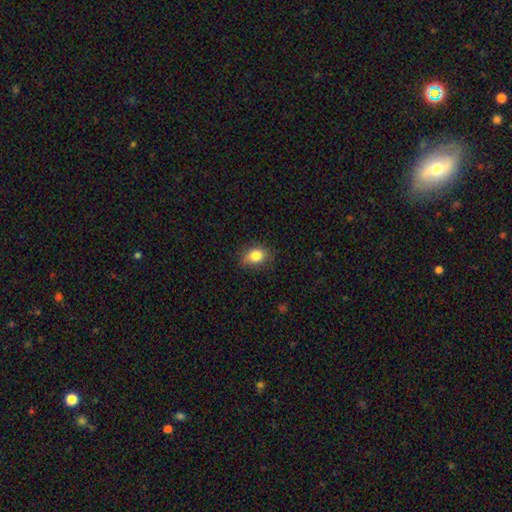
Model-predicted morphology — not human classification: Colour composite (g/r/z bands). It shows a smooth galaxy with no disk features (84%) that is in between round and cigar-shaped (74%). Merging: none (81%).